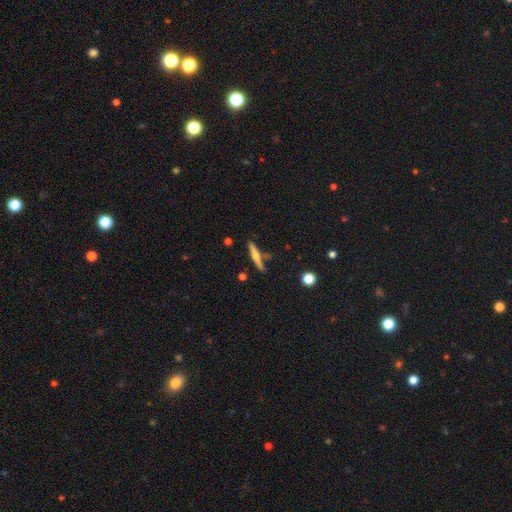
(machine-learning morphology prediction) A featured or disk galaxy (56%) viewed edge-on (96%) with a rounded central bulge (85%).

Vote fractions:
- Smooth or featured? featured or disk: 56% / smooth: 38% / star or artifact: 7%
- Edge-on disk? yes: 96% / no: 4%
- Edge-on bulge? rounded: 85% / none: 9% / boxy: 6%
- Merging? none: 79% / minor disturbance: 12% / merger: 6% / major disturbance: 3%